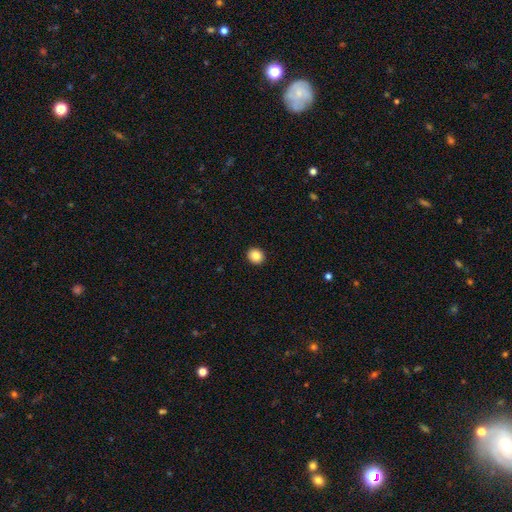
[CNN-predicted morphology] A smooth galaxy with no disk features (85%) that is round (80%). Merging: none (93%).